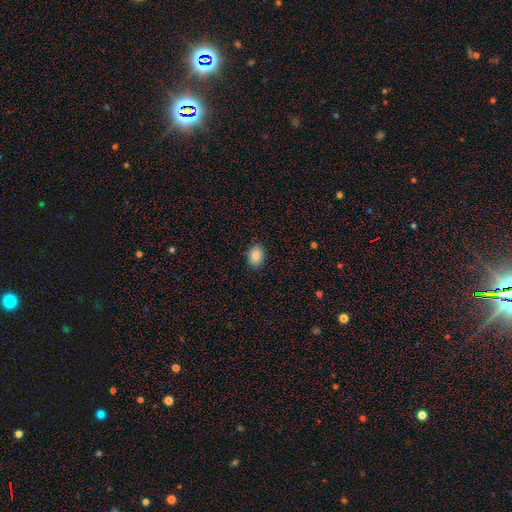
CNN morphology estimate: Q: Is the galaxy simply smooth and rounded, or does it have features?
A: smooth — 86%.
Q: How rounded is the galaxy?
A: in between — 68%.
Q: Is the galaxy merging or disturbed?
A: none — 88%.